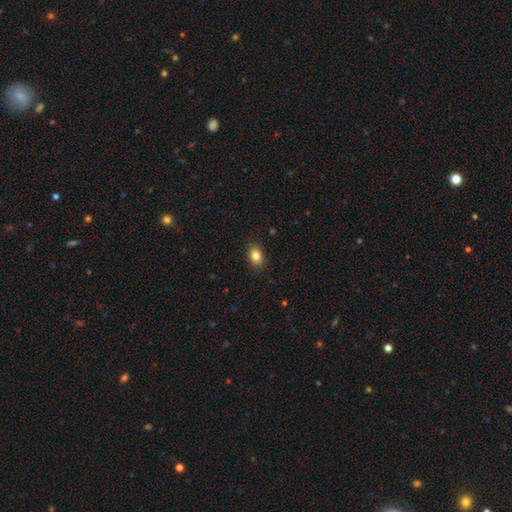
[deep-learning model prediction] This is clearly a smooth galaxy (84%). How rounded: likely in between (78%). Merging: clearly none (88%).